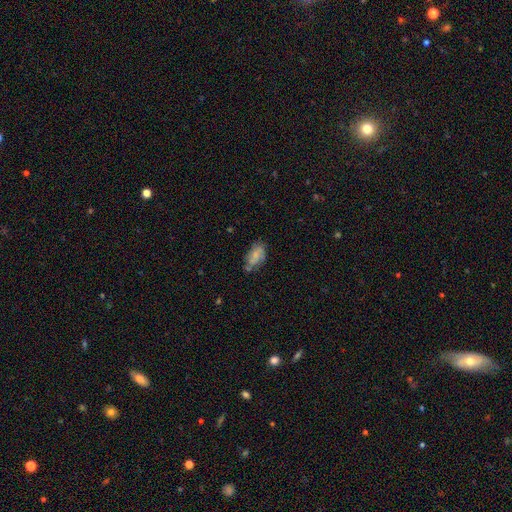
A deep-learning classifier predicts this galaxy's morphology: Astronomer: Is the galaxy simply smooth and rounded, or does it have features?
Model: smooth — 54% (runner-up: featured or disk, 37%).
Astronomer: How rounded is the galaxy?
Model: in between — 90%.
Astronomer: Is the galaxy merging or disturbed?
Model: none — 54% (runner-up: minor disturbance, 29%).